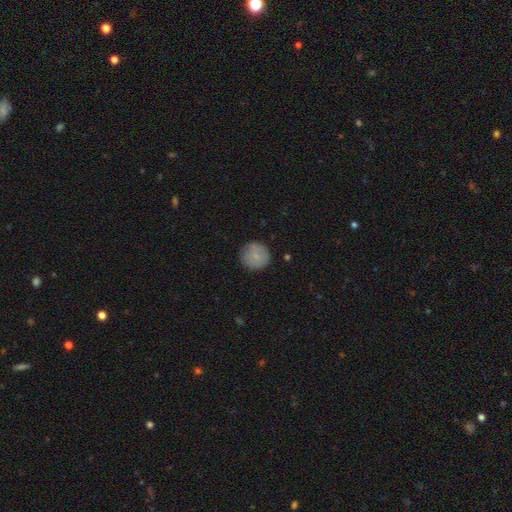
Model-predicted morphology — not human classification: Smooth or featured: smooth — 83% (featured or disk — 9%)
How rounded: round — 95% (in between — 4%)
Merging: none — 86% (minor disturbance — 11%)